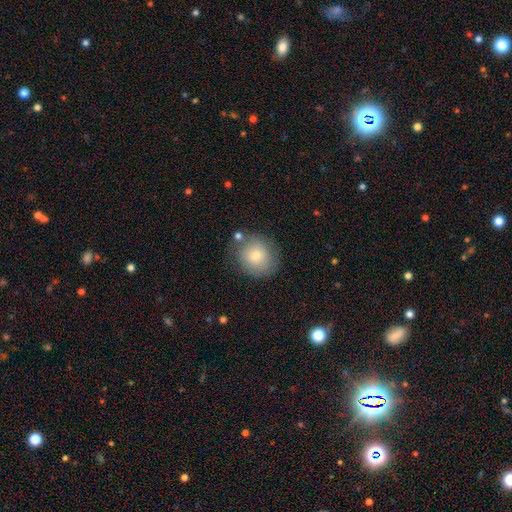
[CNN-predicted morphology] A smooth galaxy with no disk features (75%) that is round (83%).

Vote fractions:
- Smooth or featured? smooth: 75% / featured or disk: 17% / star or artifact: 8%
- How rounded? round: 83% / in between: 16% / cigar-shaped: 1%
- Merging? none: 74% / minor disturbance: 16% / major disturbance: 6% / merger: 5%